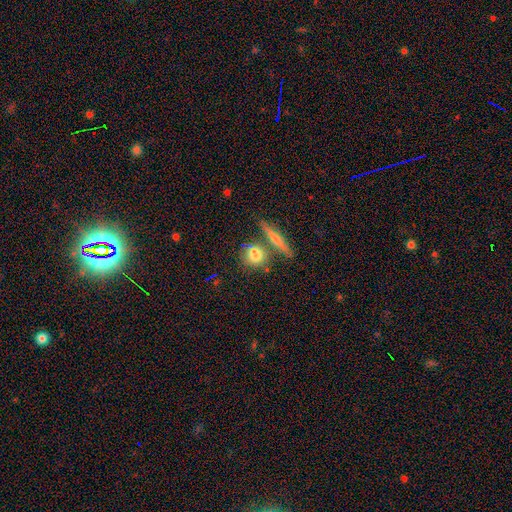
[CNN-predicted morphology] Smooth or featured? smooth (70%)
How rounded? round (67%)
Merging? none (68%)